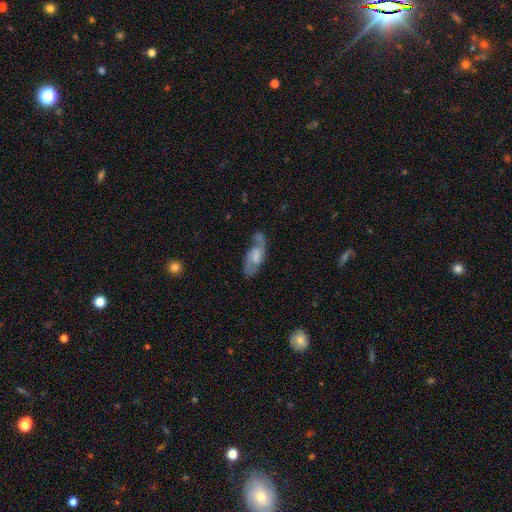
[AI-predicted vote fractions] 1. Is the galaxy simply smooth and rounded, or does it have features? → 62% featured or disk, 32% smooth, 7% star or artifact.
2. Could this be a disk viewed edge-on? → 91% no, 9% yes.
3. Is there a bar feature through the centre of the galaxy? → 49% weak, 37% no, 14% strong.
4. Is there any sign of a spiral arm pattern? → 86% yes, 14% no.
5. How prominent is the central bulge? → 32% moderate, 26% small, 23% none, 17% large, 2% dominant.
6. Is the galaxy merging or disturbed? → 57% none, 25% minor disturbance, 13% major disturbance, 5% merger.